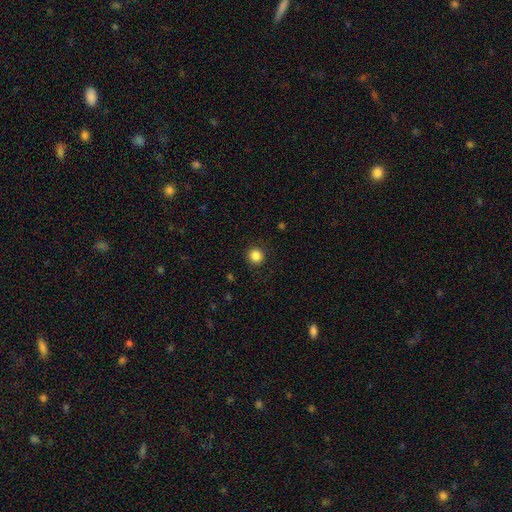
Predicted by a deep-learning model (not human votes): smooth 85%, star or artifact 11%, featured or disk 4%. Down the decision tree: how rounded — round (94%); merging — none (91%).